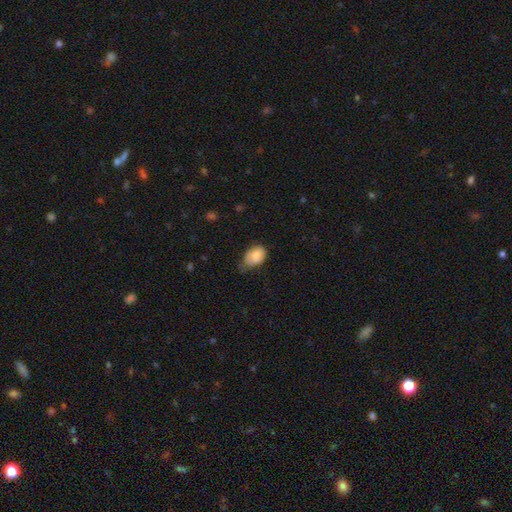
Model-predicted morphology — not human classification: smooth 80%, featured or disk 12%, star or artifact 8%. Down the decision tree: how rounded — in between (81%); merging — minor disturbance (47%).